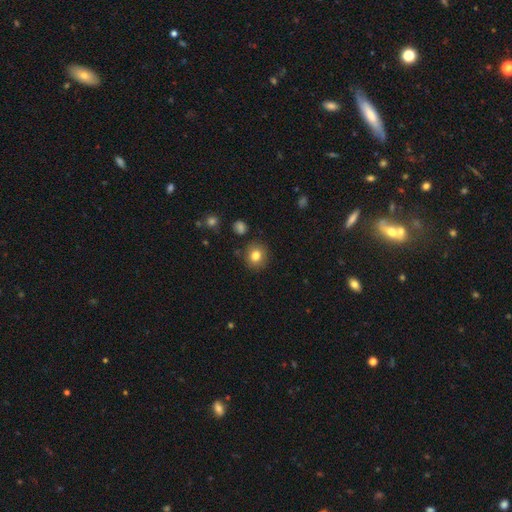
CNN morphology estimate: Smooth or featured? Predicted: smooth (p=0.81). How rounded? Predicted: round (p=0.82). Merging? Predicted: none (p=0.88).